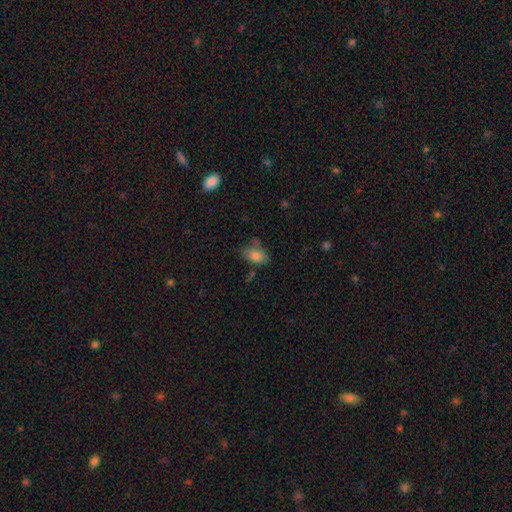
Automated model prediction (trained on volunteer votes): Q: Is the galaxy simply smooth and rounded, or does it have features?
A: smooth — 81%.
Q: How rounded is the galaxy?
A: in between — 84%.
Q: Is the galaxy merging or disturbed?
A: none — 49%.